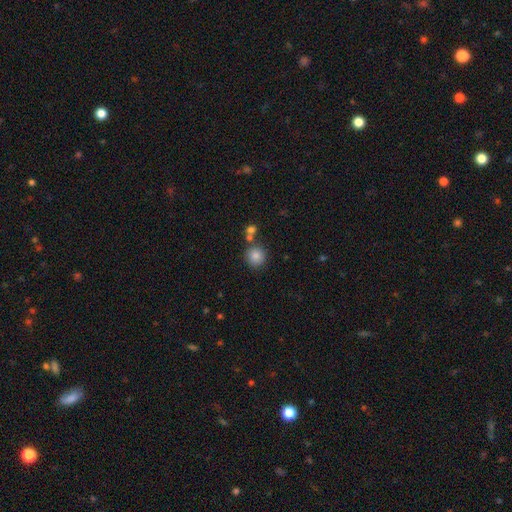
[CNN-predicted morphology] Smooth or featured? smooth (83%)
How rounded? round (92%)
Merging? none (76%)